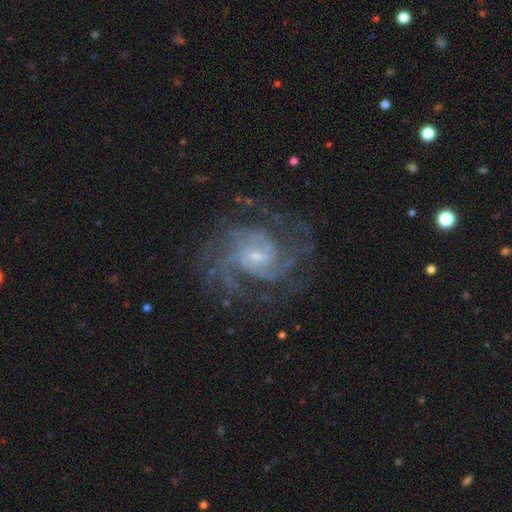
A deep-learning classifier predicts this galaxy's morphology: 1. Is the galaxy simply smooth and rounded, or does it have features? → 90% featured or disk, 6% star or artifact, 4% smooth.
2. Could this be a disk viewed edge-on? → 98% no, 2% yes.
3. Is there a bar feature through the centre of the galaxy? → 47% weak, 43% no, 10% strong.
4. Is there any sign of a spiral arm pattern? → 98% yes, 2% no.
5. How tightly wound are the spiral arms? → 47% tight, 44% medium, 9% loose.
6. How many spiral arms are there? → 24% 3, 21% can't tell, 20% 4, 20% 2, 8% more than 4, 8% 1.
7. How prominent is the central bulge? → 71% small, 23% moderate, 4% none, 2% large, 1% dominant.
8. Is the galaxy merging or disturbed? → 73% none, 15% minor disturbance, 11% major disturbance, 1% merger.